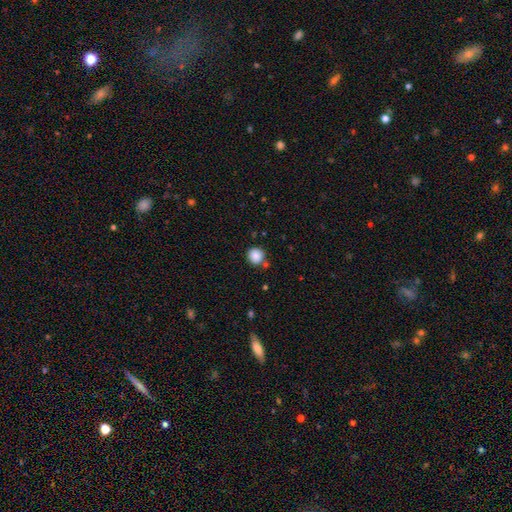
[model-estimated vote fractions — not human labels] Morphology: type=smooth (87%); roundness=round (93%); merging=none (79%).